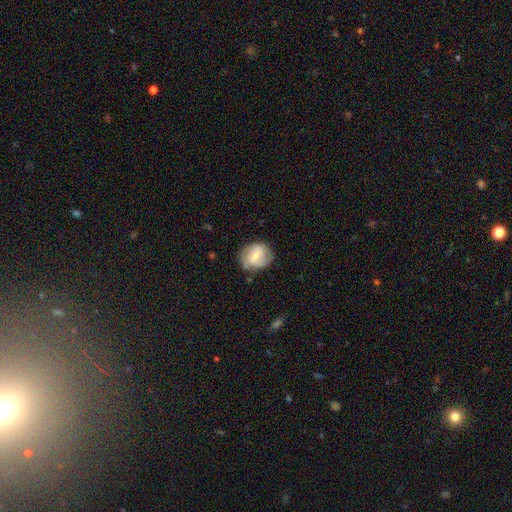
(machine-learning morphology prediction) A featured or disk galaxy (60%) with a weak bar (50%), spiral arms (85%) and a small central bulge (51%).

Vote fractions:
- Smooth or featured? featured or disk: 60% / smooth: 33% / star or artifact: 7%
- Edge-on disk? no: 97% / yes: 3%
- Bar? weak: 50% / no: 32% / strong: 18%
- Spiral arms? yes: 85% / no: 15%
- Bulge size? small: 51% / moderate: 43% / none: 3% / large: 2% / dominant: 1%
- Merging? none: 71% / minor disturbance: 20% / major disturbance: 6% / merger: 2%